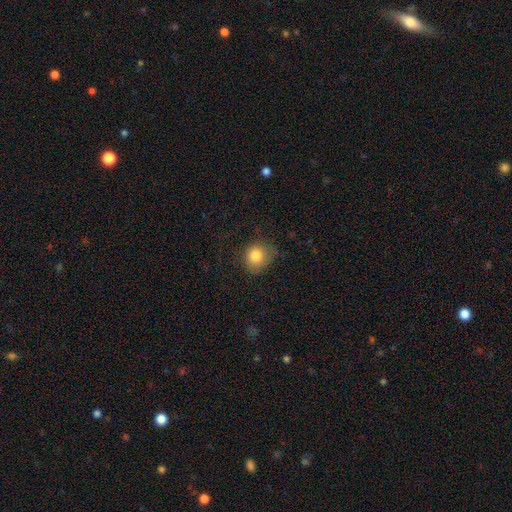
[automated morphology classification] smooth 83%, star or artifact 10%, featured or disk 7%. Down the decision tree: how rounded — round (73%); merging — none (62%).